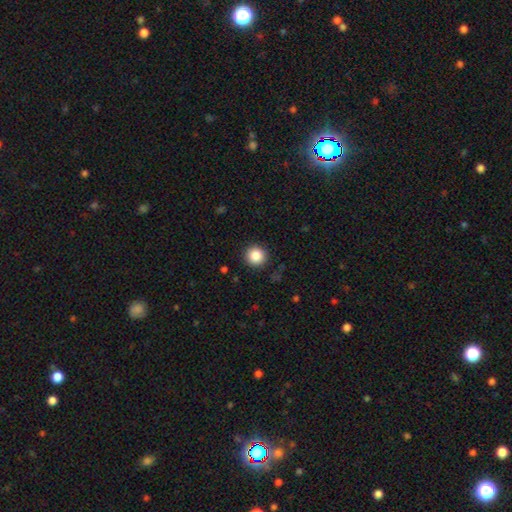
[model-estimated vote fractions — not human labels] Smooth or featured? smooth (87%)
How rounded? round (95%)
Merging? none (91%)